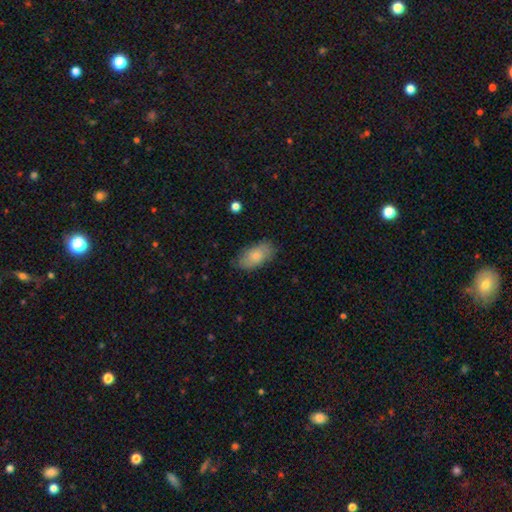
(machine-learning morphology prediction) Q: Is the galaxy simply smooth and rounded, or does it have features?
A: smooth — 72%.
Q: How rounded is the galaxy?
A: in between — 93%.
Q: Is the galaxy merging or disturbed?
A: none — 77%.